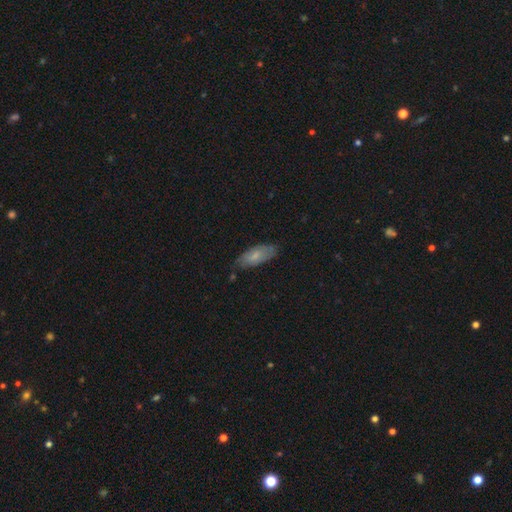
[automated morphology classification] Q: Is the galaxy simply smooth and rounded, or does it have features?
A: smooth — 69%.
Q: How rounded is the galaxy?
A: in between — 80%.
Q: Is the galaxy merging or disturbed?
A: none — 72%.